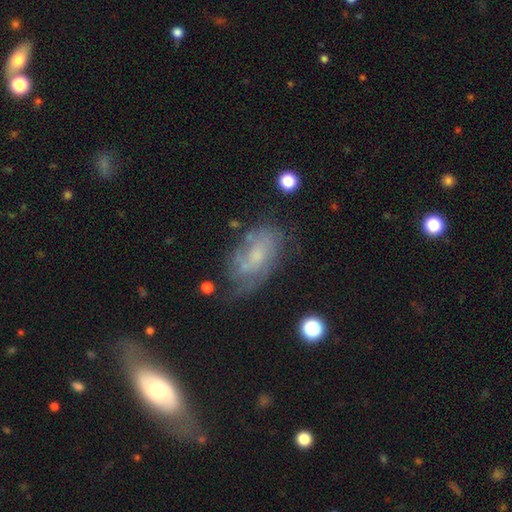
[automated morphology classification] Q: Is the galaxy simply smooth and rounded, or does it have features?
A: featured or disk — 59%.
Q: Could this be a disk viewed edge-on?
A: no — 94%.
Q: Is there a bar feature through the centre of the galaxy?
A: no — 67%.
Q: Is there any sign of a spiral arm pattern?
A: yes — 73%.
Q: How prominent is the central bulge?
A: small — 47%.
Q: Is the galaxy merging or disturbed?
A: none — 53%.